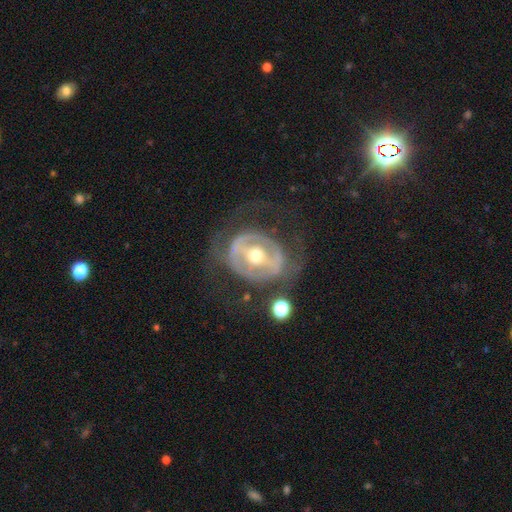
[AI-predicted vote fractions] smooth-or-featured: featured or disk: 79% | smooth: 15% | star or artifact: 6%
  disk-edge-on: no: 94% | yes: 6%
    bar: strong: 54% | weak: 28% | no: 19%
    has-spiral-arms: no: 54% | yes: 46%
    bulge-size: moderate: 72% | small: 20% | large: 6% | dominant: 1% | none: 1%
  merging: none: 56% | major disturbance: 23% | minor disturbance: 17% | merger: 3%